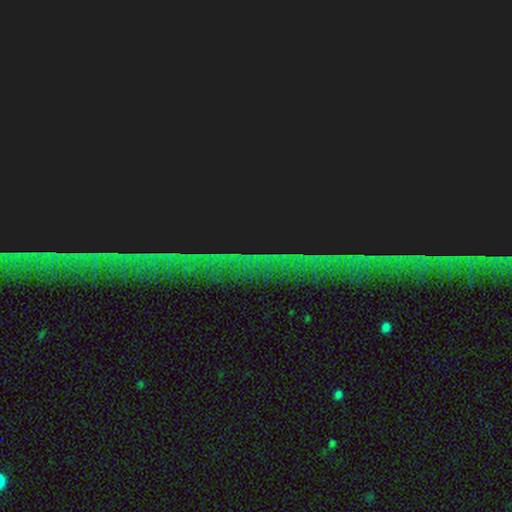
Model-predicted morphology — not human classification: Smooth or featured?
  - star or artifact: 84% *
  - smooth: 8%
  - featured or disk: 8%